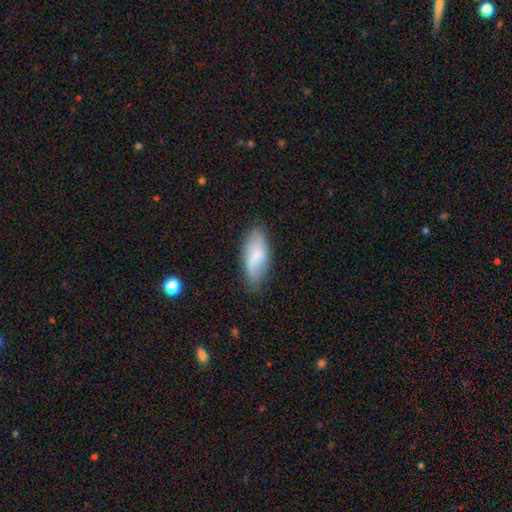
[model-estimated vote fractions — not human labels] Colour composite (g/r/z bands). It shows a smooth galaxy with no disk features (71%) that is in between round and cigar-shaped (85%). Merging: none (71%).